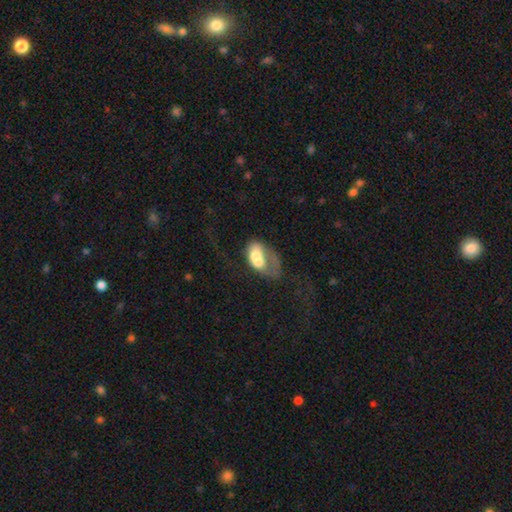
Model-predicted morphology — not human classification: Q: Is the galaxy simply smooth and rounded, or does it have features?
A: smooth — 55%.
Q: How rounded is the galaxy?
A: in between — 86%.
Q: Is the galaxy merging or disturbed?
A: merger — 39%.